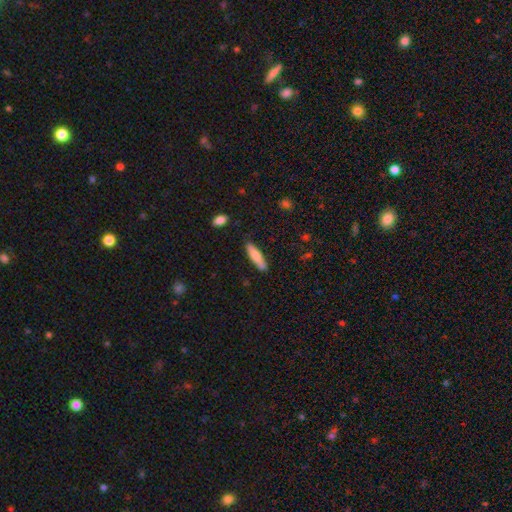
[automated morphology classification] Smooth or featured: smooth — 68% (featured or disk — 26%)
How rounded: cigar-shaped — 81% (in between — 18%)
Merging: none — 84% (minor disturbance — 12%)